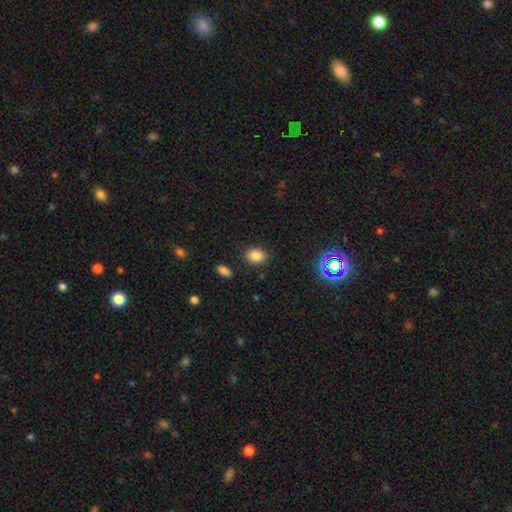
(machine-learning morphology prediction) Smooth or featured? Predicted: smooth (p=0.84). How rounded? Predicted: in between (p=0.62). Merging? Predicted: none (p=0.85).